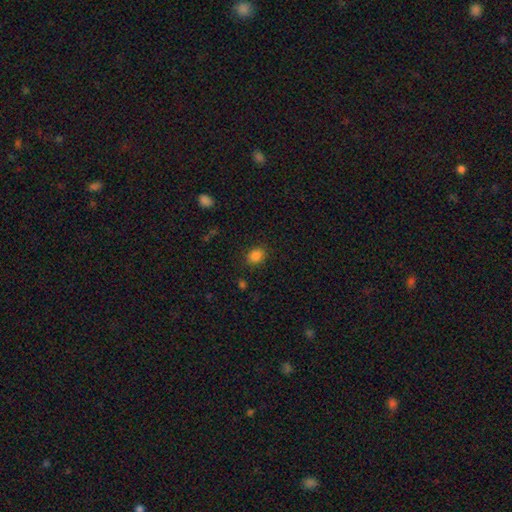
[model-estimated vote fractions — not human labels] Smooth or featured? Predicted: smooth (p=0.84). How rounded? Predicted: round (p=0.60). Merging? Predicted: none (p=0.86).